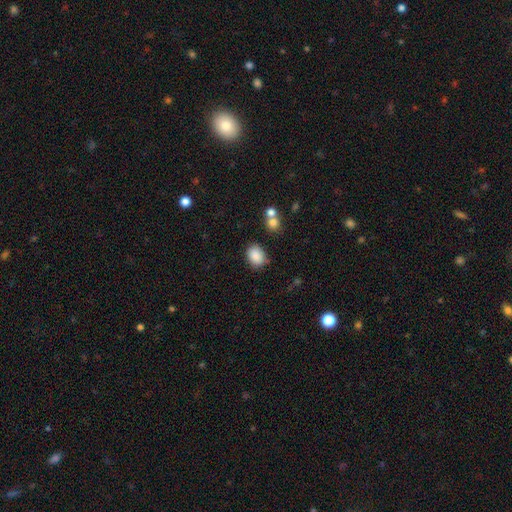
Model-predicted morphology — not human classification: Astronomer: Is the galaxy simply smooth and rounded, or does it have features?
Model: smooth — 87%.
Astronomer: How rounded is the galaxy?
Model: in between — 67%.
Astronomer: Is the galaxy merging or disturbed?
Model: none — 74%.